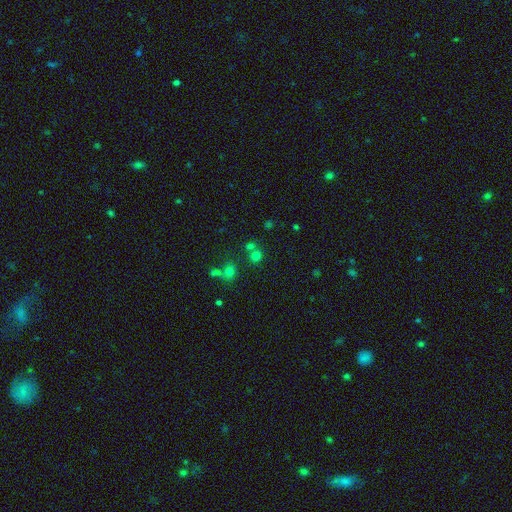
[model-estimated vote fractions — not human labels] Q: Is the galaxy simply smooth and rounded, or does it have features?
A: smooth — 64%.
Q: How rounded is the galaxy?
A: round — 84%.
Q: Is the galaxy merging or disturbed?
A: none — 62%.